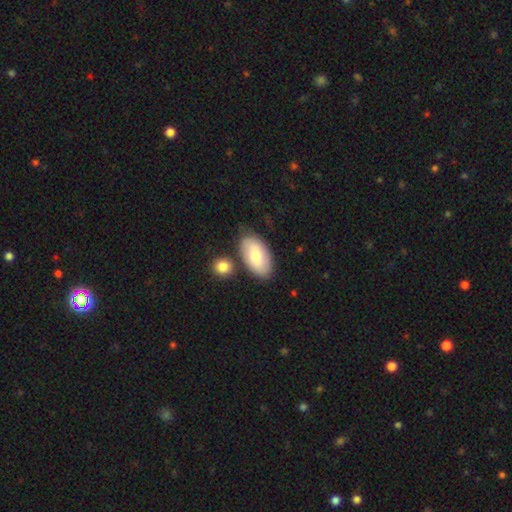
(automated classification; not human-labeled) Q: Smooth or featured?
A: smooth (69%); runner-up: featured or disk (25%)
Q: How rounded?
A: in between (94%); runner-up: round (4%)
Q: Merging?
A: none (73%); runner-up: minor disturbance (14%)